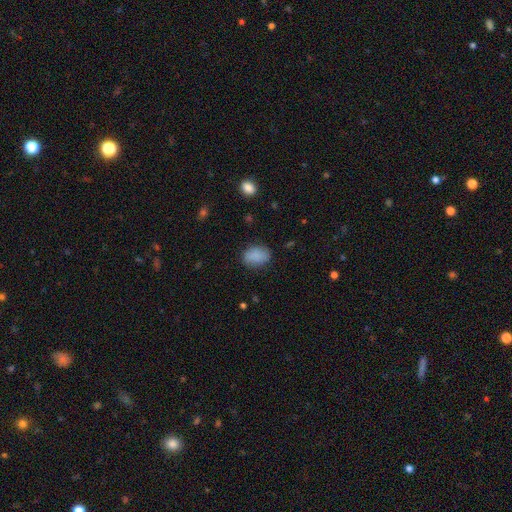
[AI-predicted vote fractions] Overall: smooth (85%). How rounded: in between (75%). Merging: none (79%).